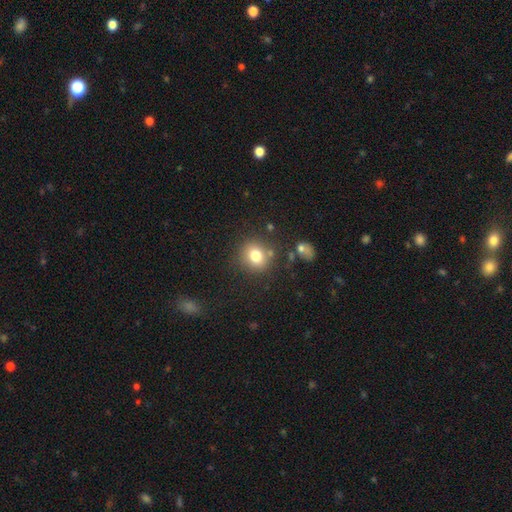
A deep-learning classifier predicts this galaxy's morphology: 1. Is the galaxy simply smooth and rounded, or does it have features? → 79% smooth, 12% star or artifact, 9% featured or disk.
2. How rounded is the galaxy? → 79% round, 20% in between, 1% cigar-shaped.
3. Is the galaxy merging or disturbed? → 78% none, 11% minor disturbance, 6% merger, 4% major disturbance.